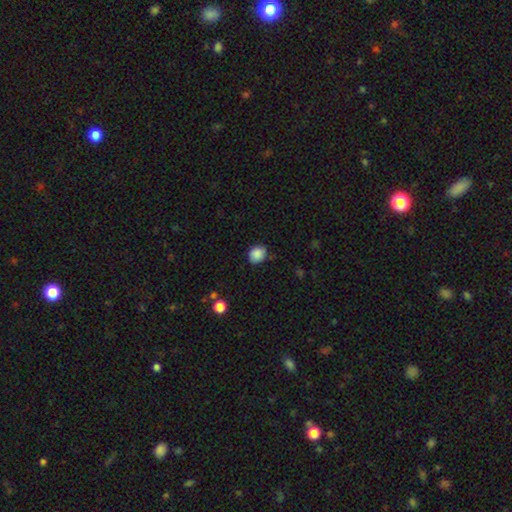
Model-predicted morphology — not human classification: smooth_or_featured: smooth (p=0.86) [alt: star or artifact p=0.09]
how_rounded: round (p=0.64) [alt: in between p=0.36]
merging: none (p=0.73) [alt: minor disturbance p=0.21]